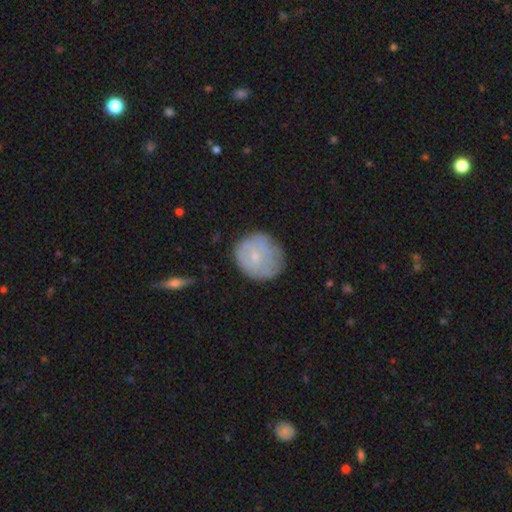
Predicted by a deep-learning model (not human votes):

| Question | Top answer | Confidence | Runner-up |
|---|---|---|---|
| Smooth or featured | smooth | 63% | featured or disk (30%) |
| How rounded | round | 84% | in between (15%) |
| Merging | none | 68% | minor disturbance (22%) |